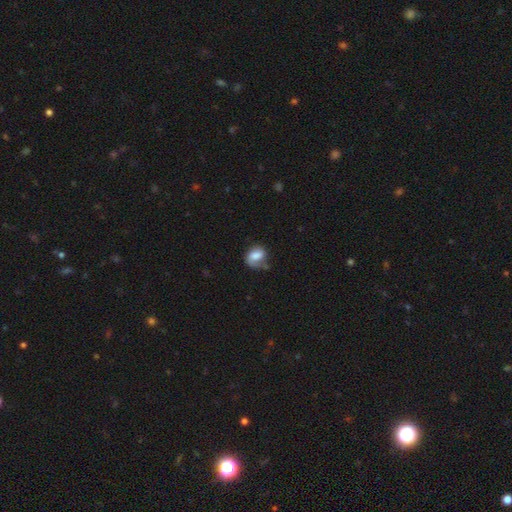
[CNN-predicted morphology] smooth-or-featured: smooth: 60% | featured or disk: 31% | star or artifact: 9%
  how-rounded: in between: 64% | round: 35% | cigar-shaped: 1%
  merging: none: 42% | minor disturbance: 28% | major disturbance: 24% | merger: 5%